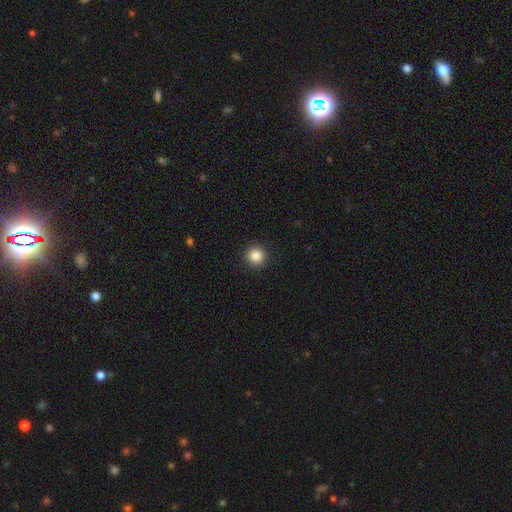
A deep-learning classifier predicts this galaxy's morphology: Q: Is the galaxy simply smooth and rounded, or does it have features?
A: smooth — 86%.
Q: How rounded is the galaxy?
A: round — 95%.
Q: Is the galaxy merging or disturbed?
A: none — 92%.